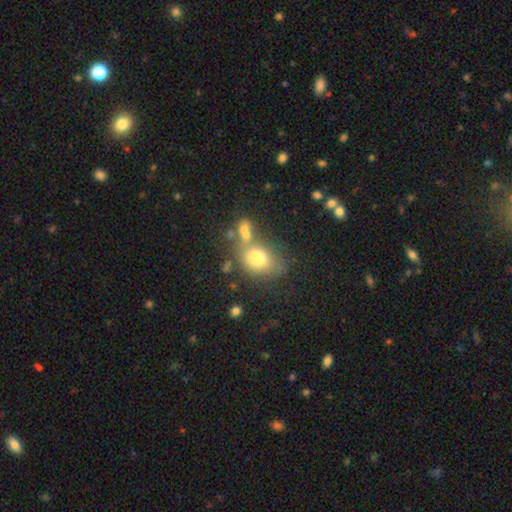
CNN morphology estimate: smooth-or-featured: smooth: 71% | featured or disk: 18% | star or artifact: 11%
  how-rounded: in between: 71% | round: 27% | cigar-shaped: 2%
  merging: merger: 42% | none: 32% | minor disturbance: 16% | major disturbance: 10%